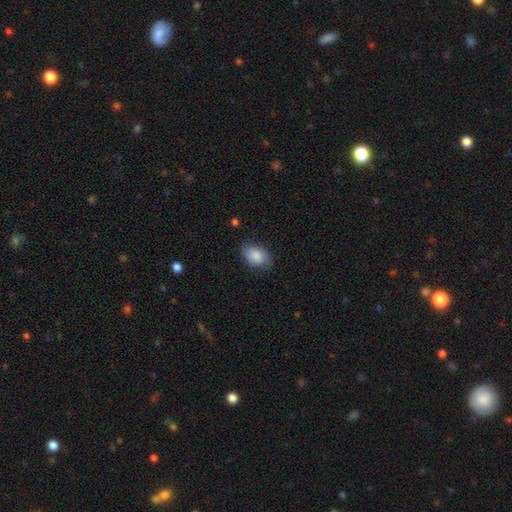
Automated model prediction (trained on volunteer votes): Q: Smooth or featured?
A: smooth (85%); runner-up: featured or disk (9%)
Q: How rounded?
A: in between (89%); runner-up: round (10%)
Q: Merging?
A: none (75%); runner-up: minor disturbance (20%)